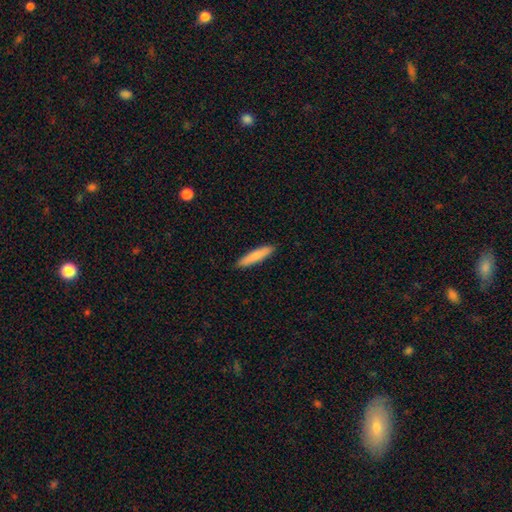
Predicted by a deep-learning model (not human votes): Morphology: type=smooth (83%); roundness=cigar-shaped (89%); merging=none (91%).